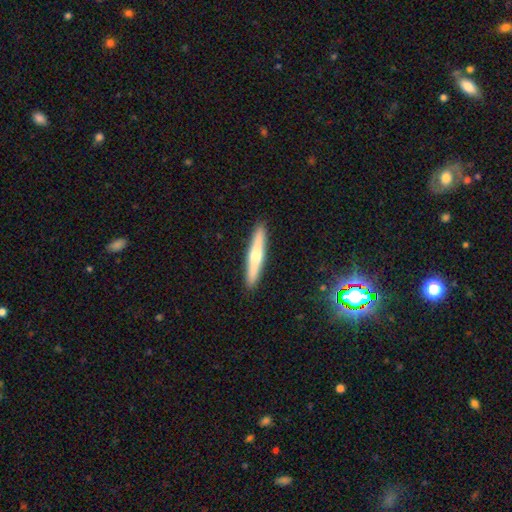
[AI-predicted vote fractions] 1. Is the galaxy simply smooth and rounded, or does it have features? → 50% featured or disk, 45% smooth, 6% star or artifact.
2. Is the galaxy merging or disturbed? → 92% none, 6% minor disturbance, 1% major disturbance, 1% merger.